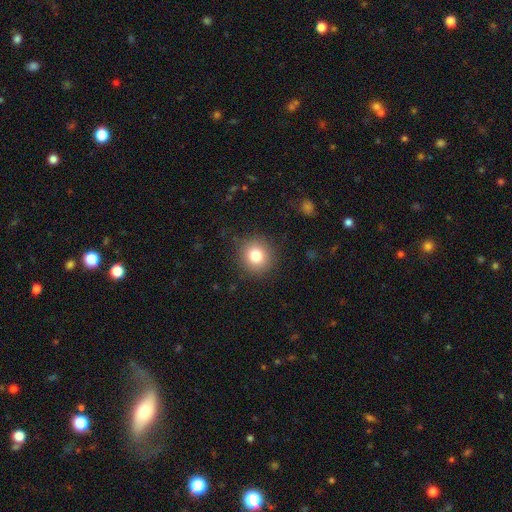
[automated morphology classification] The model was most divided on "smooth or featured": smooth: 81%, star or artifact: 11%, featured or disk: 8%. More confident: how rounded — round (91%); merging — none (89%).